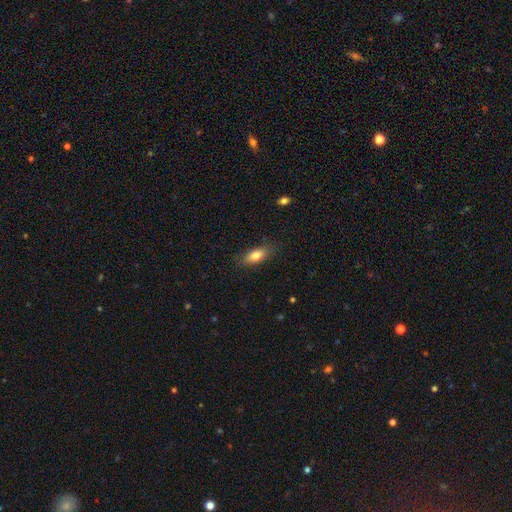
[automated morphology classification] Smooth or featured?
  - smooth: 78% *
  - featured or disk: 15%
  - star or artifact: 7%
How rounded?
  - in between: 78% *
  - cigar-shaped: 19%
  - round: 3%
Merging?
  - none: 82% *
  - minor disturbance: 14%
  - major disturbance: 3%
  - merger: 1%